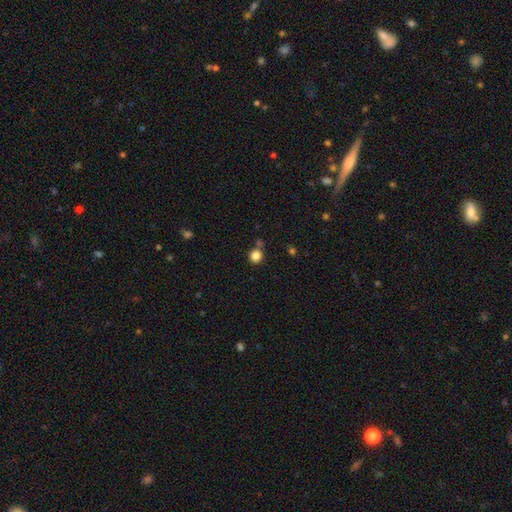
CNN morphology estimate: Smooth or featured? Predicted: smooth (p=0.84). How rounded? Predicted: round (p=0.90). Merging? Predicted: none (p=0.74).